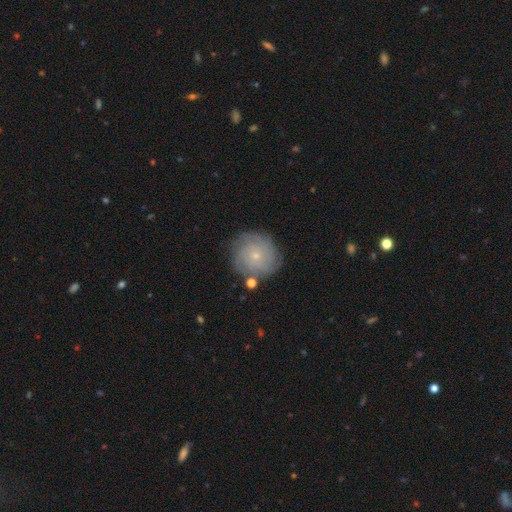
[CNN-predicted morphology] Q: Smooth or featured?
A: featured or disk (68%); runner-up: smooth (24%)
Q: Edge-on disk?
A: no (97%); runner-up: yes (3%)
Q: Bar?
A: no (85%); runner-up: weak (13%)
Q: Spiral arms?
A: yes (89%); runner-up: no (11%)
Q: Spiral winding?
A: tight (76%); runner-up: medium (18%)
Q: Spiral arm count?
A: can't tell (38%); runner-up: 4 (21%)
Q: Bulge size?
A: small (83%); runner-up: moderate (13%)
Q: Merging?
A: none (80%); runner-up: minor disturbance (13%)